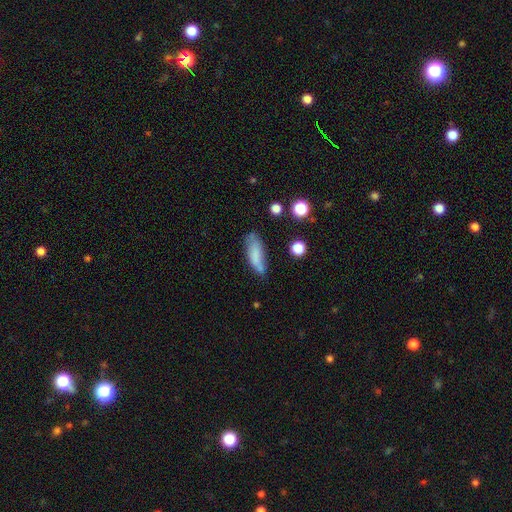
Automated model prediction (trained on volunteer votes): smooth_or_featured: smooth (p=0.74) [alt: featured or disk p=0.17]
how_rounded: in between (p=0.53) [alt: cigar-shaped p=0.45]
merging: none (p=0.58) [alt: minor disturbance p=0.27]